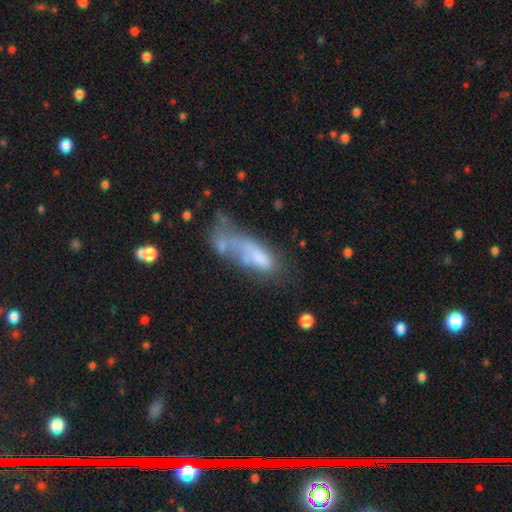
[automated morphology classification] The model was most divided on "merging": major disturbance: 34%, merger: 27%, none: 20%, minor disturbance: 19%. More confident: how rounded — in between (61%); smooth or featured — smooth (56%).